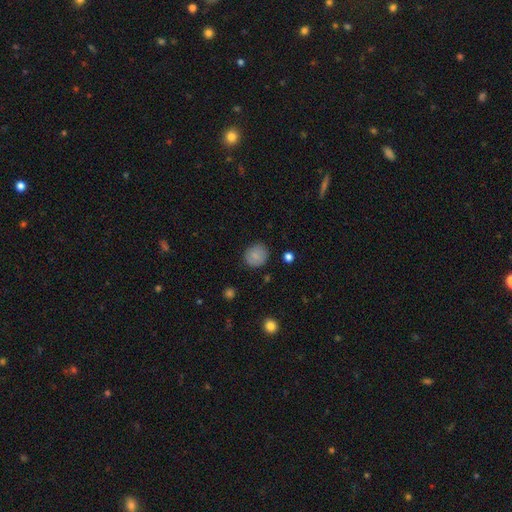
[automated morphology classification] Smooth or featured? Predicted: smooth (p=0.81). How rounded? Predicted: round (p=0.82). Merging? Predicted: none (p=0.85).